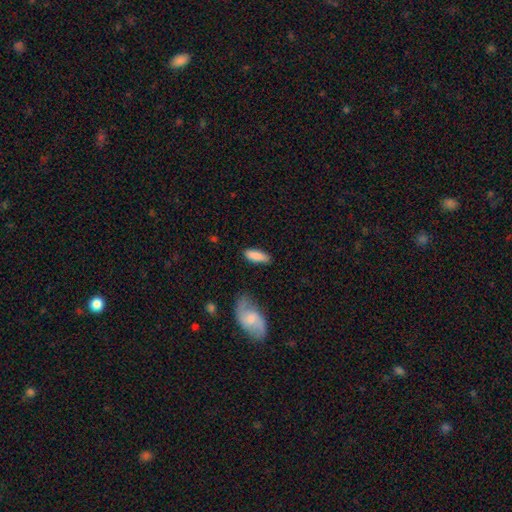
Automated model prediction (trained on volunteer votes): smooth_or_featured: smooth (p=0.86) [alt: featured or disk p=0.09]
how_rounded: in between (p=0.67) [alt: cigar-shaped p=0.31]
merging: none (p=0.75) [alt: minor disturbance p=0.17]